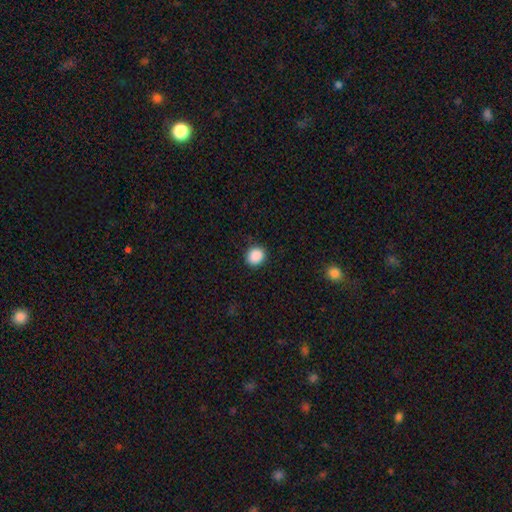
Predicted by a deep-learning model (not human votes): This is clearly a smooth galaxy (89%). How rounded: likely round (74%). Merging: clearly none (90%).